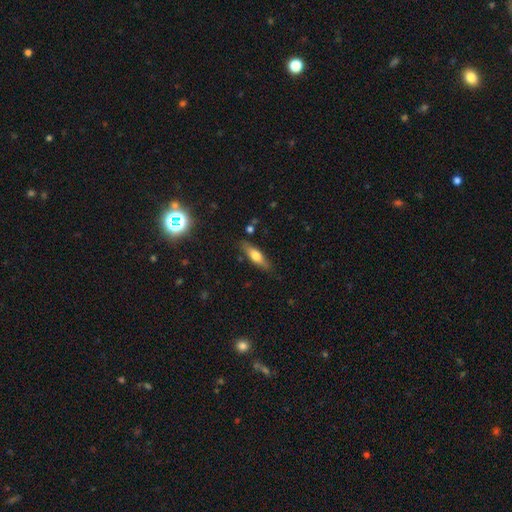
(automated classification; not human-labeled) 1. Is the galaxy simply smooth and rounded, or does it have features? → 54% smooth, 39% featured or disk, 7% star or artifact.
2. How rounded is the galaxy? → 58% cigar-shaped, 39% in between, 3% round.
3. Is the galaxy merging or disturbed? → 84% none, 12% minor disturbance, 2% major disturbance, 2% merger.